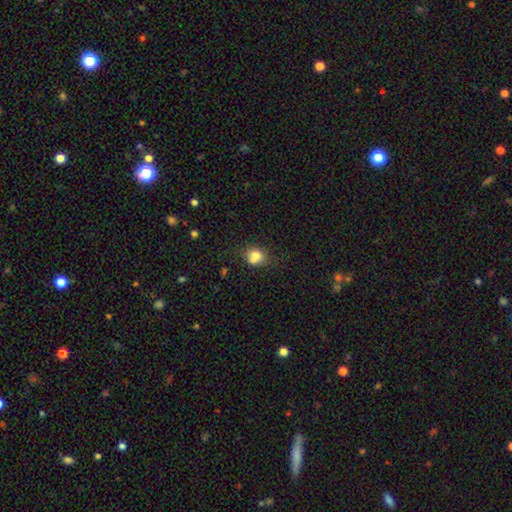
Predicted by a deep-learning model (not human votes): smooth-or-featured: smooth: 73% | featured or disk: 15% | star or artifact: 12%
  how-rounded: round: 63% | in between: 36% | cigar-shaped: 1%
  merging: none: 48% | merger: 31% | minor disturbance: 16% | major disturbance: 5%